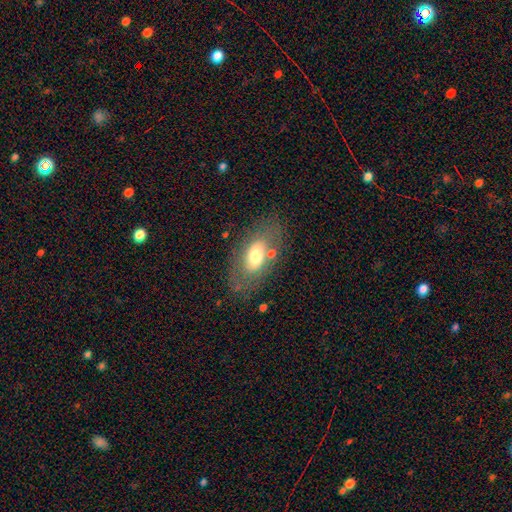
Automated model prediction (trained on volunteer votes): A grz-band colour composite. It shows a smooth galaxy with no disk features (56%) that is in between round and cigar-shaped (88%). Merging: none (67%).